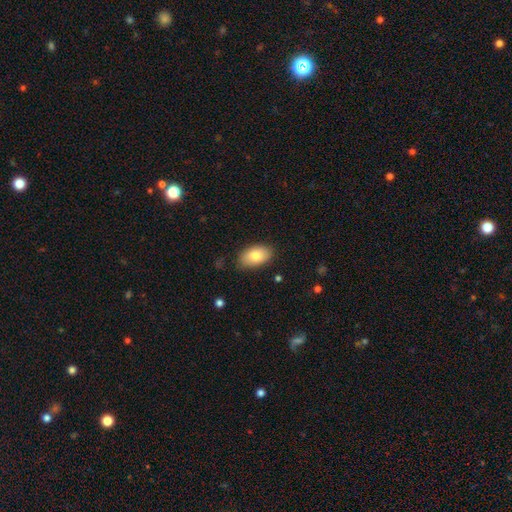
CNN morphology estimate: Smooth or featured? smooth (81%)
How rounded? in between (93%)
Merging? none (82%)